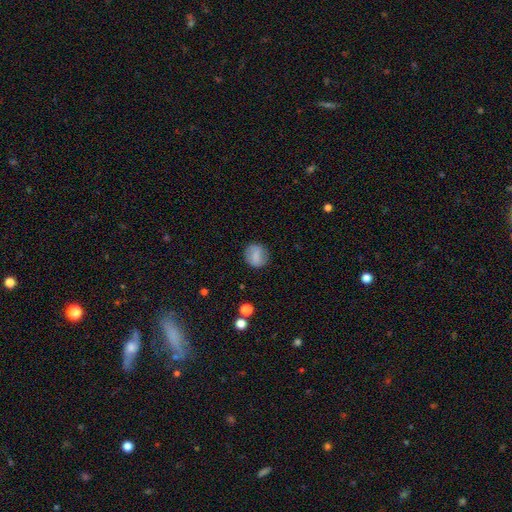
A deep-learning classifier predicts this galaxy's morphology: Smooth or featured?
  - smooth: 69% *
  - featured or disk: 22%
  - star or artifact: 9%
How rounded?
  - round: 80% *
  - in between: 19%
  - cigar-shaped: 1%
Merging?
  - none: 83% *
  - minor disturbance: 12%
  - major disturbance: 4%
  - merger: 1%